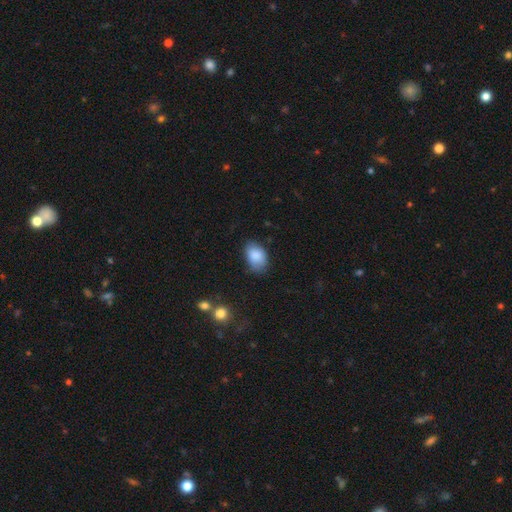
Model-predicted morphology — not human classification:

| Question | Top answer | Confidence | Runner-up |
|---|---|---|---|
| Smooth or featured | smooth | 87% | star or artifact (7%) |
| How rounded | in between | 88% | round (10%) |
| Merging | none | 72% | minor disturbance (22%) |